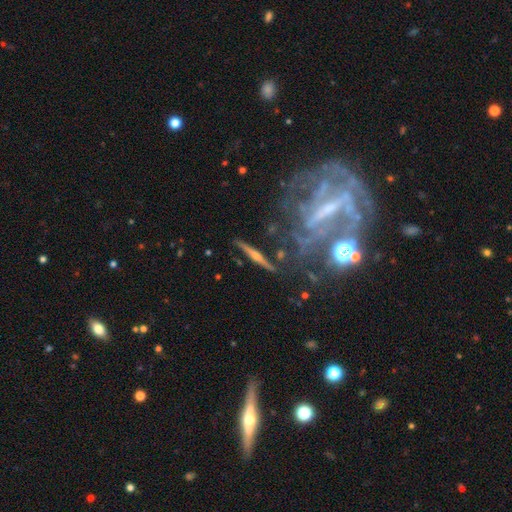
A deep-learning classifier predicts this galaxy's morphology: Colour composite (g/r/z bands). It shows a featured or disk galaxy (73%) viewed edge-on (95%) with a rounded central bulge (83%). Merging: none (82%).